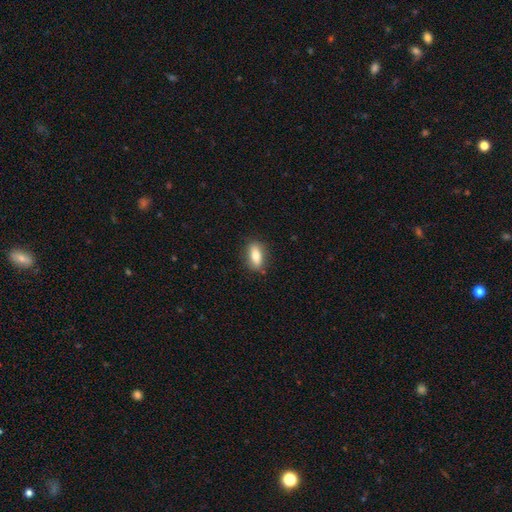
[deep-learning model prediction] Smooth or featured: smooth — 77% (featured or disk — 16%)
How rounded: in between — 79% (cigar-shaped — 15%)
Merging: none — 84% (minor disturbance — 12%)